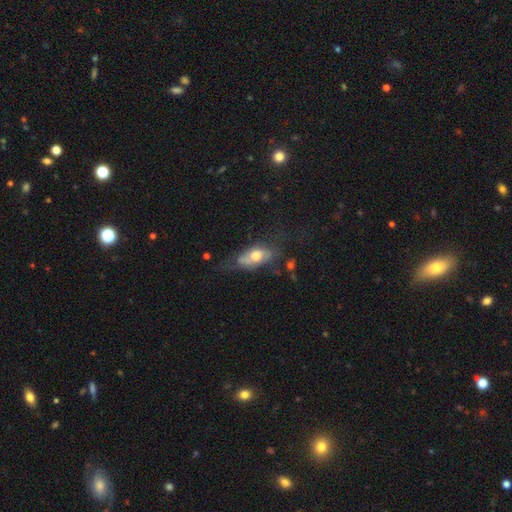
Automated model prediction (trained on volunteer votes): Smooth or featured? Predicted: smooth (p=0.50). How rounded? Predicted: in between (p=0.82). Merging? Predicted: none (p=0.43).